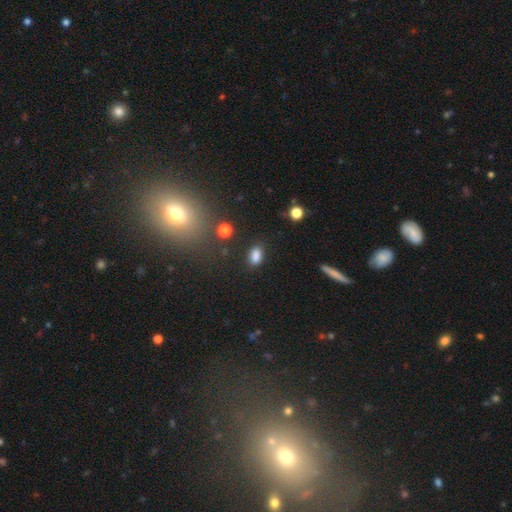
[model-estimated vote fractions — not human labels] The model was most divided on "merging": none: 78%, minor disturbance: 14%, merger: 4%, major disturbance: 4%. More confident: how rounded — in between (86%); smooth or featured — smooth (84%).